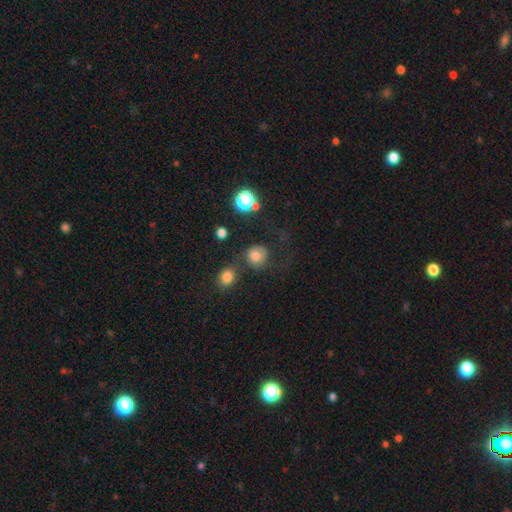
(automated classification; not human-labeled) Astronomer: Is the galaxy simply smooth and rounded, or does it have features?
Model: smooth — 76%.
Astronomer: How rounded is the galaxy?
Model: round — 85%.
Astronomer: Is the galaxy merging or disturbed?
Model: none — 57%.